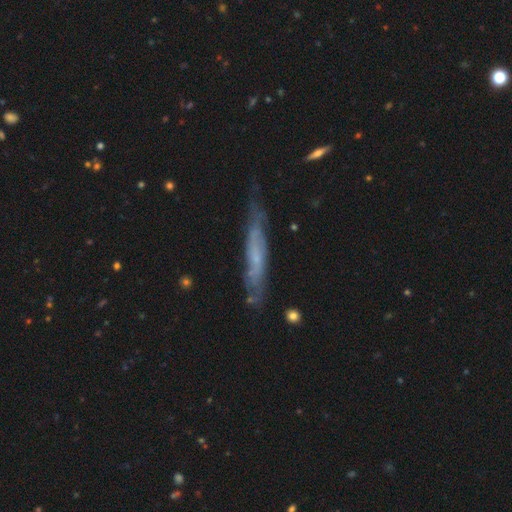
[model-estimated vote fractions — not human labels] Morphology: type=featured or disk (59%); edge-on=yes (68%); merging=none (70%).